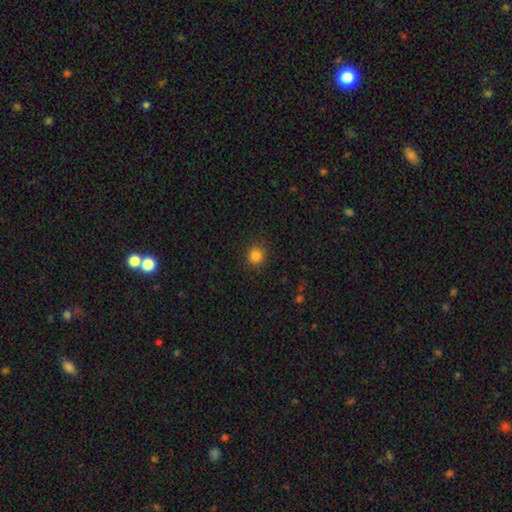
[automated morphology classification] This is clearly a smooth galaxy (83%). How rounded: clearly round (90%). Merging: clearly none (90%).